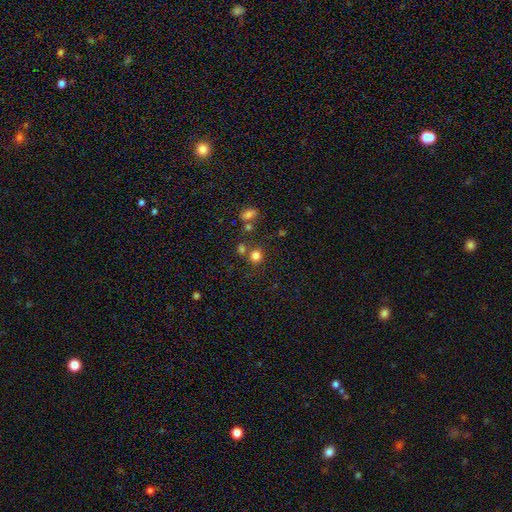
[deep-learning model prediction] Smooth or featured? smooth (78%)
How rounded? round (85%)
Merging? none (68%)